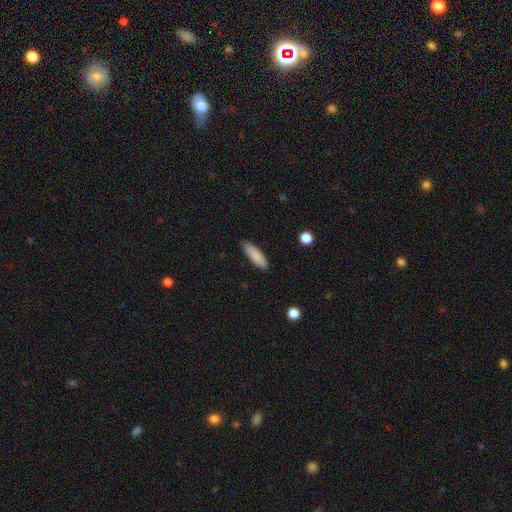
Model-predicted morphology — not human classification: A smooth galaxy with no disk features (84%) that is in between round and cigar-shaped (53%).

Vote fractions:
- Smooth or featured? smooth: 84% / featured or disk: 10% / star or artifact: 6%
- How rounded? in between: 53% / cigar-shaped: 45% / round: 2%
- Merging? none: 84% / minor disturbance: 13% / major disturbance: 2% / merger: 1%